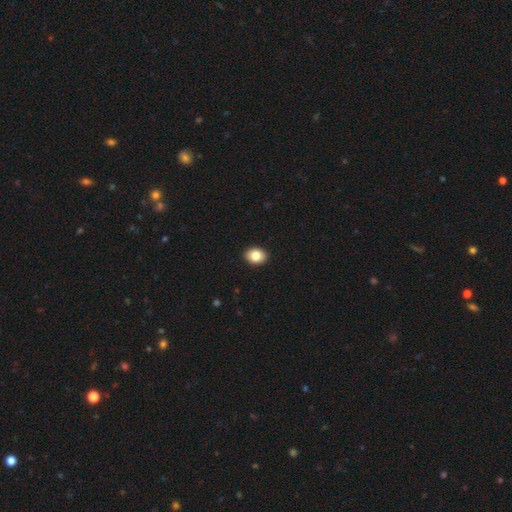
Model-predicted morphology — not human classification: Overall: smooth (83%). How rounded: in between (66%; round 33%). Merging: none (92%).